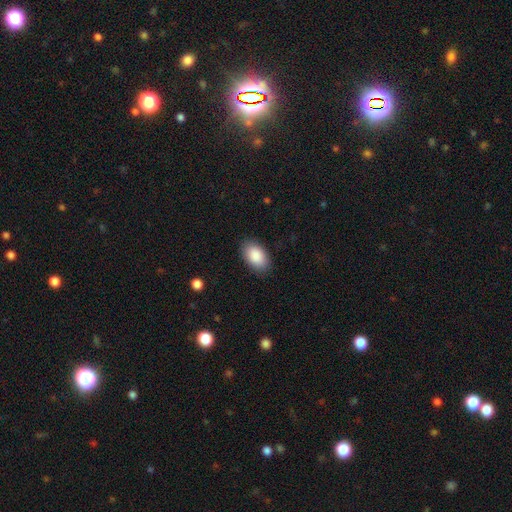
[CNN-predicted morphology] Smooth or featured? smooth (89%)
How rounded? in between (94%)
Merging? none (87%)